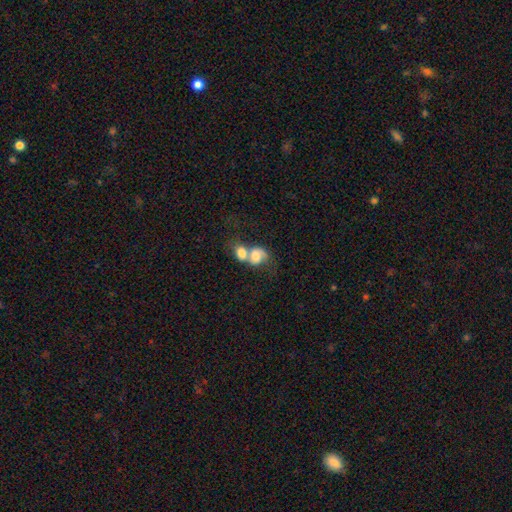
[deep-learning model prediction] Q: Smooth or featured?
A: smooth (61%); runner-up: featured or disk (31%)
Q: How rounded?
A: in between (50%); runner-up: round (48%)
Q: Merging?
A: merger (76%); runner-up: none (11%)